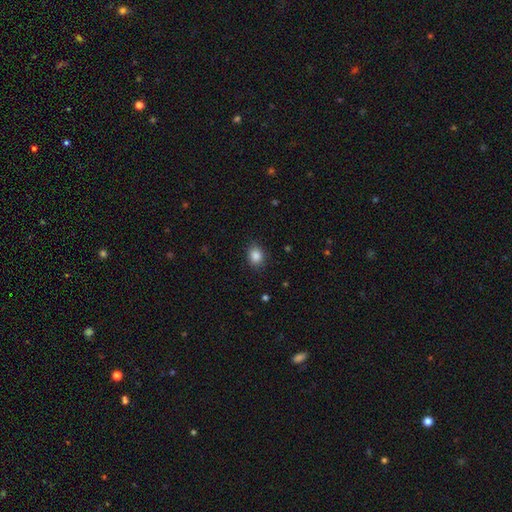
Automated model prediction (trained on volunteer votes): This is clearly a smooth galaxy (86%). How rounded: possibly in between (54%). Merging: clearly none (86%).